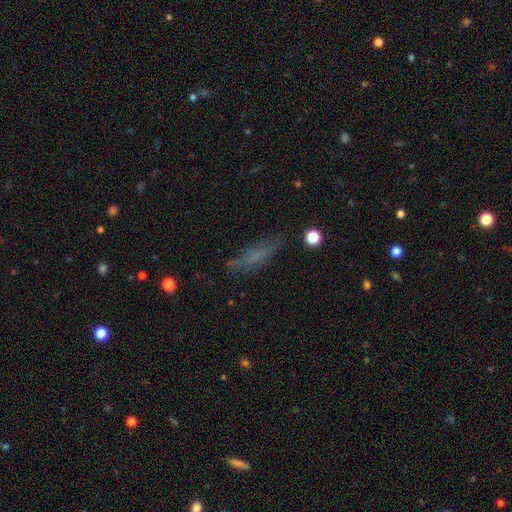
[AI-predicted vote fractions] The model was most divided on "smooth or featured": smooth: 60%, featured or disk: 27%, star or artifact: 14%. More confident: merging — none (72%); how rounded — cigar-shaped (69%).